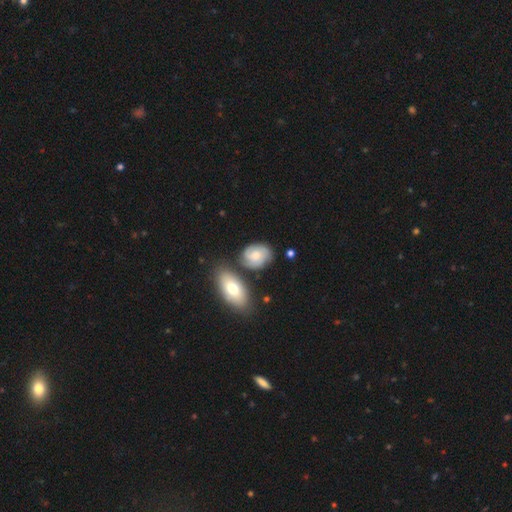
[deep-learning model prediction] smooth_or_featured: featured or disk (p=0.50) [alt: smooth p=0.43]
merging: none (p=0.66) [alt: minor disturbance p=0.19]